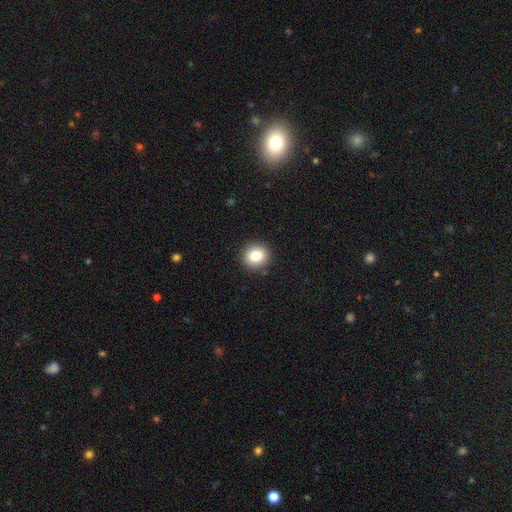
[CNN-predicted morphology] smooth-or-featured: smooth: 84% | star or artifact: 10% | featured or disk: 7%
  how-rounded: round: 86% | in between: 13% | cigar-shaped: 1%
  merging: none: 91% | minor disturbance: 6% | major disturbance: 2% | merger: 1%